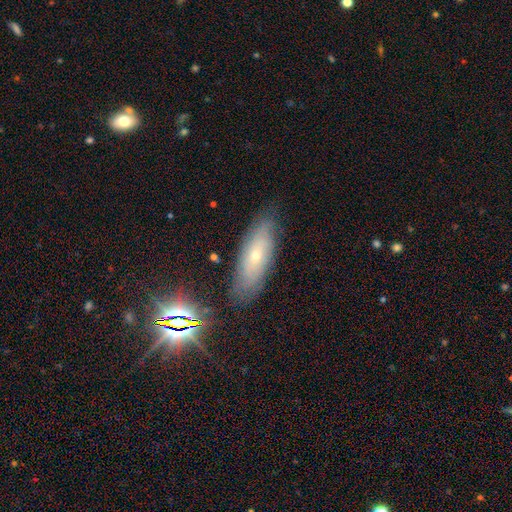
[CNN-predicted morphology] Smooth or featured?
  - featured or disk: 47% *
  - smooth: 41%
  - star or artifact: 12%
Merging?
  - none: 80% *
  - minor disturbance: 15%
  - major disturbance: 4%
  - merger: 2%